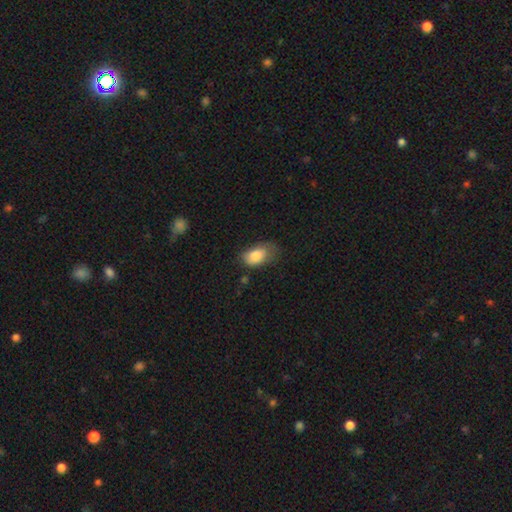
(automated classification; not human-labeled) Morphology: type=smooth (85%); roundness=in between (90%); merging=none (48%).